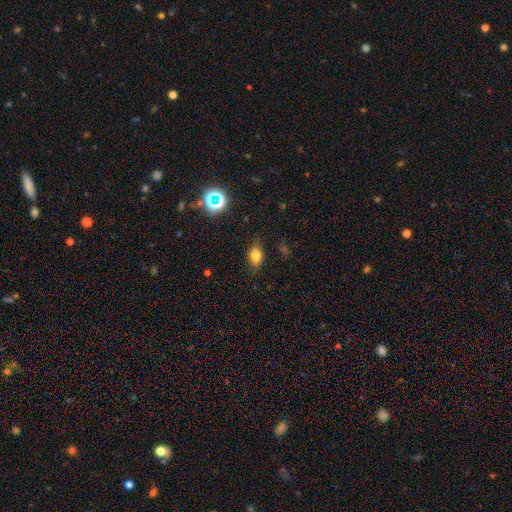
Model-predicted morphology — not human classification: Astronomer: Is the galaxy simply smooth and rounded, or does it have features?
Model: smooth — 76%.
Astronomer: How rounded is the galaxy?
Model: in between — 77%.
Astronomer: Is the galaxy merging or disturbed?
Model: none — 81%.